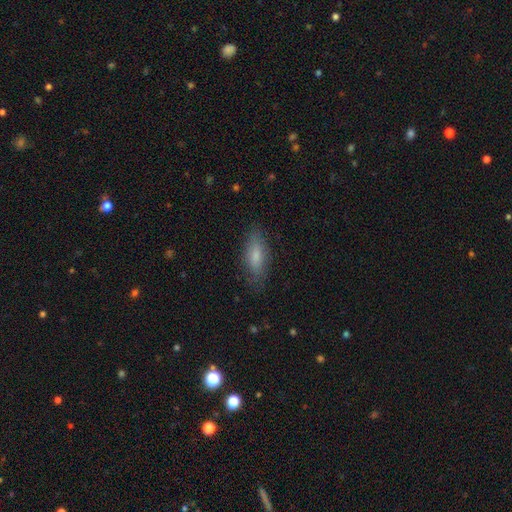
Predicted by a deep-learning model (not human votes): smooth_or_featured: smooth (p=0.75) [alt: featured or disk p=0.18]
how_rounded: in between (p=0.63) [alt: cigar-shaped p=0.35]
merging: none (p=0.80) [alt: minor disturbance p=0.15]